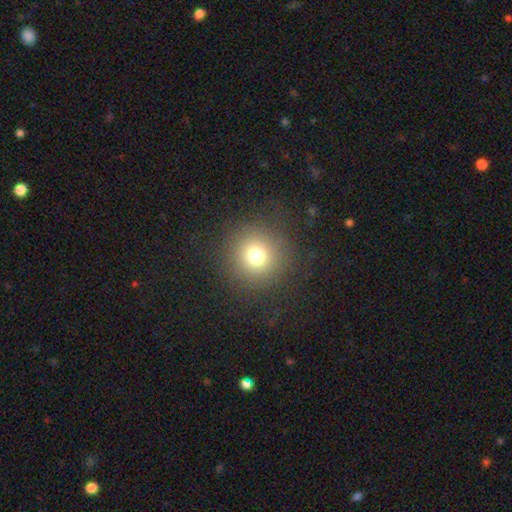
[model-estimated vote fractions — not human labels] smooth_or_featured: smooth (p=0.74) [alt: star or artifact p=0.17]
how_rounded: round (p=0.95) [alt: in between p=0.05]
merging: none (p=0.87) [alt: minor disturbance p=0.07]